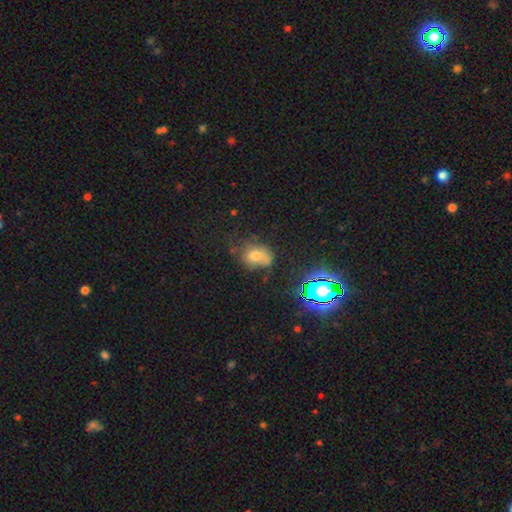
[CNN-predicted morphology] A smooth galaxy with no disk features (60%) that is in between round and cigar-shaped (55%).

Vote fractions:
- Smooth or featured? smooth: 60% / star or artifact: 23% / featured or disk: 16%
- How rounded? in between: 55% / round: 44% / cigar-shaped: 1%
- Merging? none: 48% / minor disturbance: 26% / major disturbance: 15% / merger: 10%